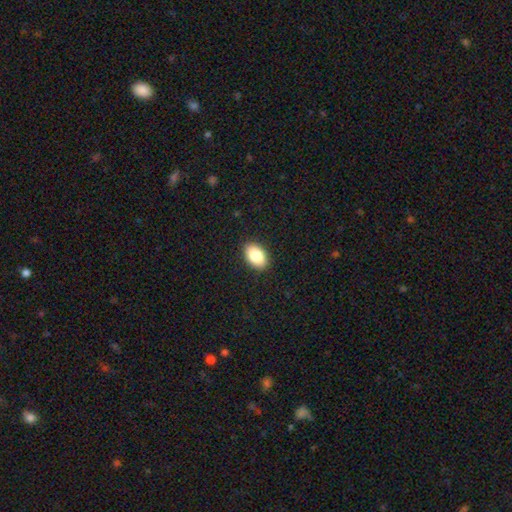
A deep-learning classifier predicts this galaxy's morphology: type=smooth (85%); roundness=in between (90%); merging=none (90%).